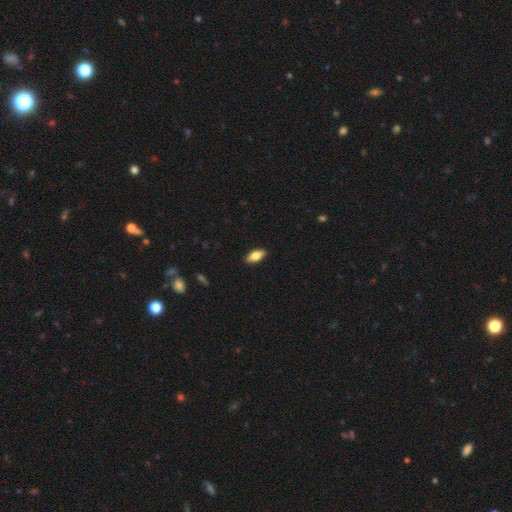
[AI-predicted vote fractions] Overall: smooth (79%). How rounded: in between (89%). Merging: none (89%).